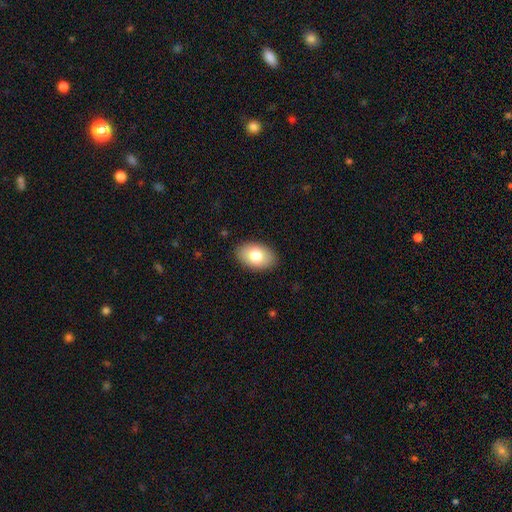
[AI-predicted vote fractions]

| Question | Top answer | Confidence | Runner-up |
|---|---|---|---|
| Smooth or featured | smooth | 79% | featured or disk (14%) |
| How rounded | in between | 90% | round (8%) |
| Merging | none | 87% | minor disturbance (10%) |